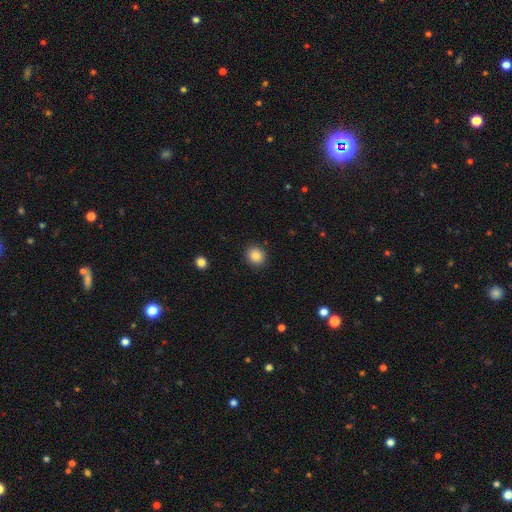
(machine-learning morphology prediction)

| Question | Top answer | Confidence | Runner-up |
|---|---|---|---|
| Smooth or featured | smooth | 88% | star or artifact (9%) |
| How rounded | round | 81% | in between (18%) |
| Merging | none | 90% | minor disturbance (7%) |